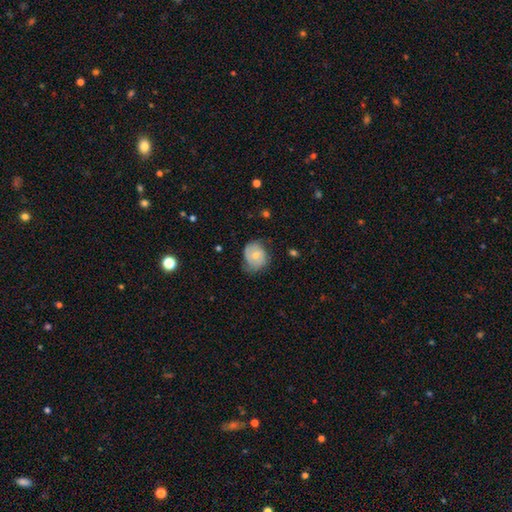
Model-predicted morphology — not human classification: smooth-or-featured: smooth: 52% | featured or disk: 41% | star or artifact: 7%
  how-rounded: round: 61% | in between: 38% | cigar-shaped: 1%
  merging: none: 54% | minor disturbance: 34% | major disturbance: 11% | merger: 1%